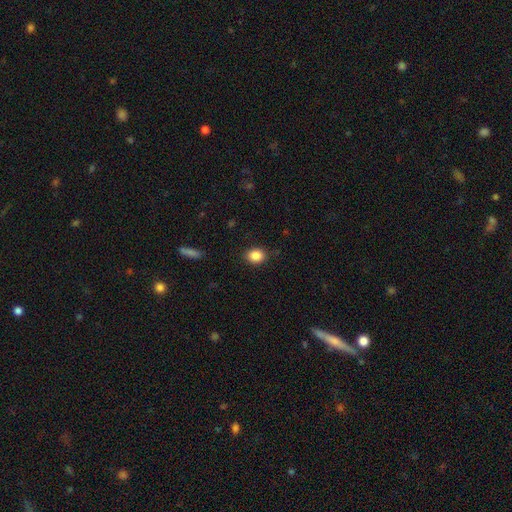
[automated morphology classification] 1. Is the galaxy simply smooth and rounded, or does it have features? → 86% smooth, 9% star or artifact, 5% featured or disk.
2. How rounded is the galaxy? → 50% in between, 49% round, 1% cigar-shaped.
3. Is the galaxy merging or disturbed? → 87% none, 9% minor disturbance, 2% major disturbance, 1% merger.